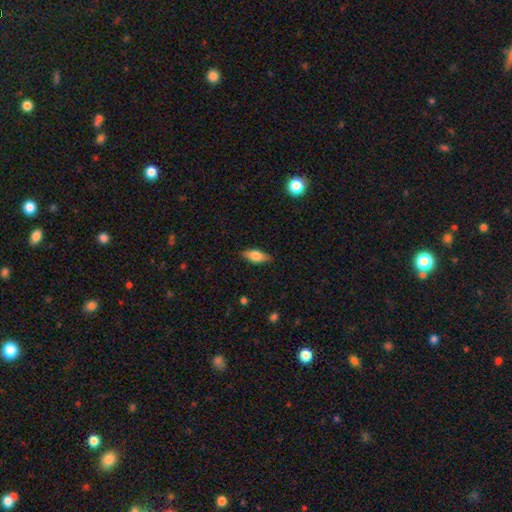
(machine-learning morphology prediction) Smooth or featured?
  - smooth: 68% *
  - featured or disk: 25%
  - star or artifact: 7%
How rounded?
  - in between: 76% *
  - cigar-shaped: 21%
  - round: 4%
Merging?
  - none: 84% *
  - minor disturbance: 12%
  - major disturbance: 2%
  - merger: 1%